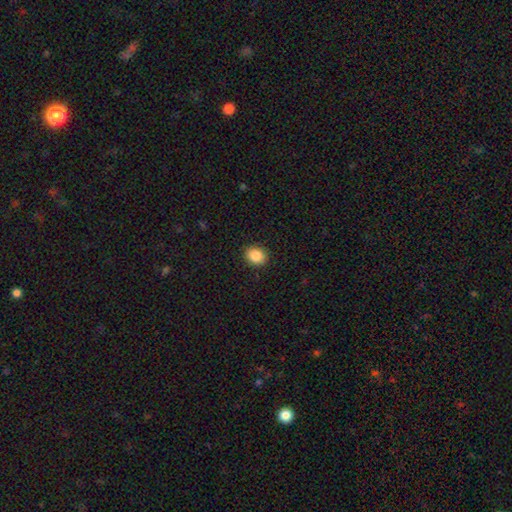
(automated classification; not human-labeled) Smooth or featured? smooth (88%)
How rounded? in between (51%)
Merging? none (90%)